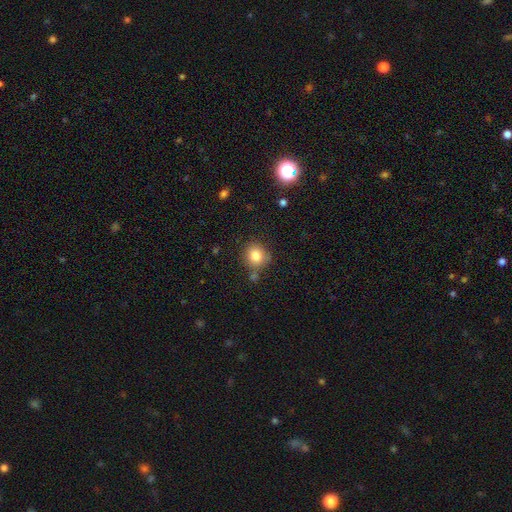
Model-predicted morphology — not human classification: smooth_or_featured: smooth (p=0.82) [alt: star or artifact p=0.10]
how_rounded: round (p=0.84) [alt: in between p=0.15]
merging: none (p=0.74) [alt: minor disturbance p=0.14]